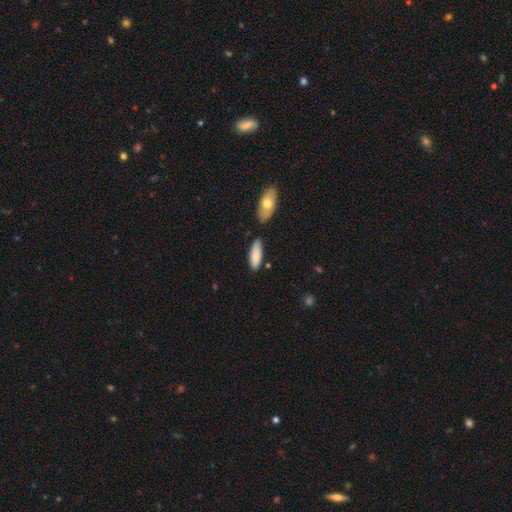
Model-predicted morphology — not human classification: type=smooth (82%); roundness=in between (66%); merging=none (71%).